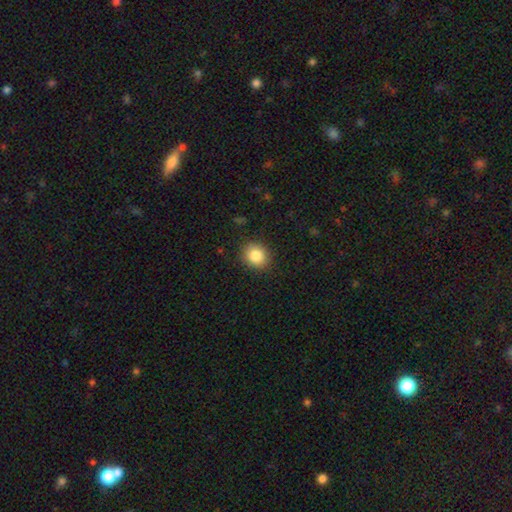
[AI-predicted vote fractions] This appears to be a smooth galaxy with no disk features (85%) that is round (68%). Merging: none (88%).